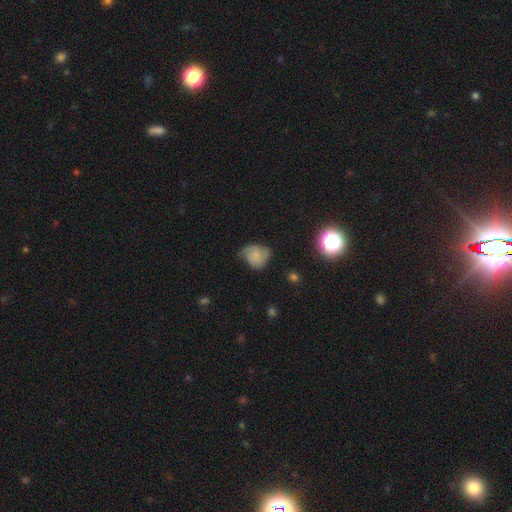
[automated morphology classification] A smooth galaxy with no disk features (54%) that is round (56%). Merging: none (49%).